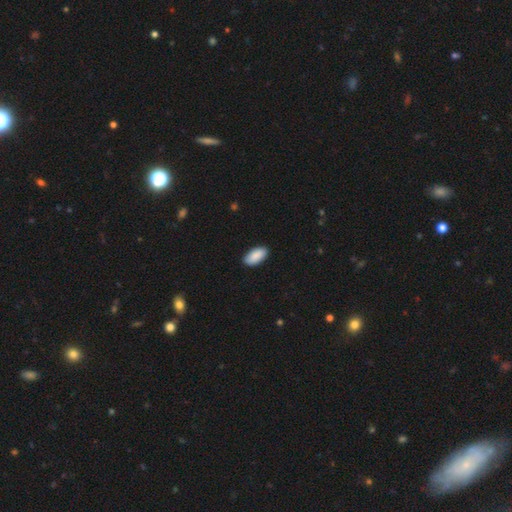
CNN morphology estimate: Smooth or featured?
  - smooth: 89% *
  - star or artifact: 6%
  - featured or disk: 5%
How rounded?
  - in between: 95% *
  - cigar-shaped: 3%
  - round: 2%
Merging?
  - none: 87% *
  - minor disturbance: 10%
  - major disturbance: 2%
  - merger: 1%